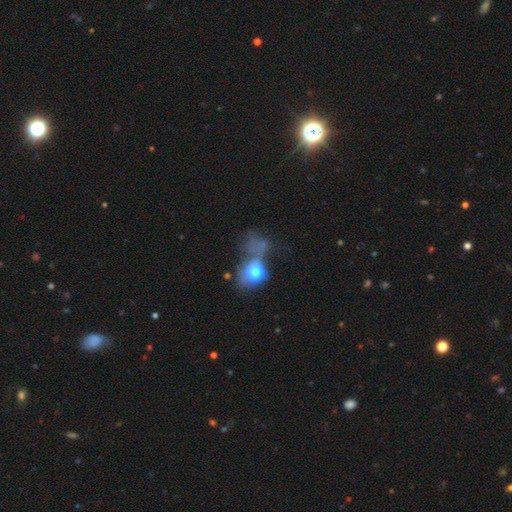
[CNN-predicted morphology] A smooth galaxy with no disk features (50%) that is round (67%).

Vote fractions:
- Smooth or featured? smooth: 50% / star or artifact: 31% / featured or disk: 19%
- How rounded? round: 67% / in between: 30% / cigar-shaped: 3%
- Merging? none: 32% / merger: 26% / major disturbance: 26% / minor disturbance: 15%